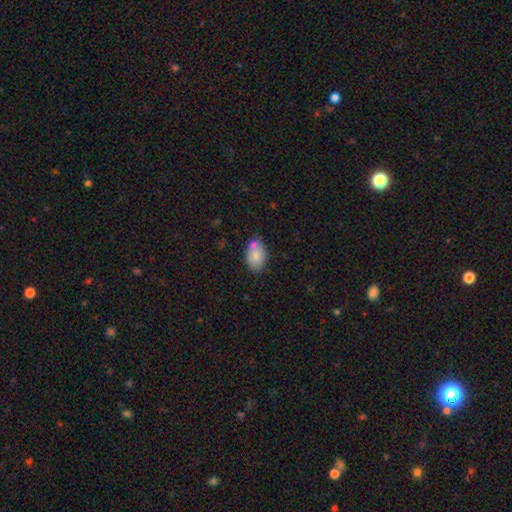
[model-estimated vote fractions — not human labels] Q: Smooth or featured?
A: smooth (79%); runner-up: featured or disk (14%)
Q: How rounded?
A: in between (83%); runner-up: round (16%)
Q: Merging?
A: none (61%); runner-up: merger (18%)